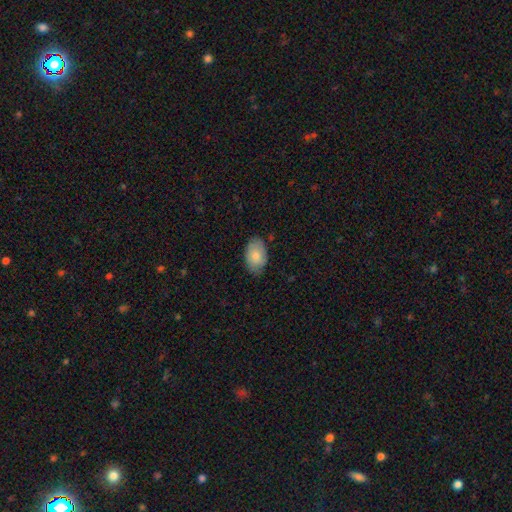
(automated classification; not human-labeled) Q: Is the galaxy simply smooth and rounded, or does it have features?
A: smooth — 82%.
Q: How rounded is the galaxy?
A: in between — 91%.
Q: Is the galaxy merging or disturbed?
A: none — 76%.